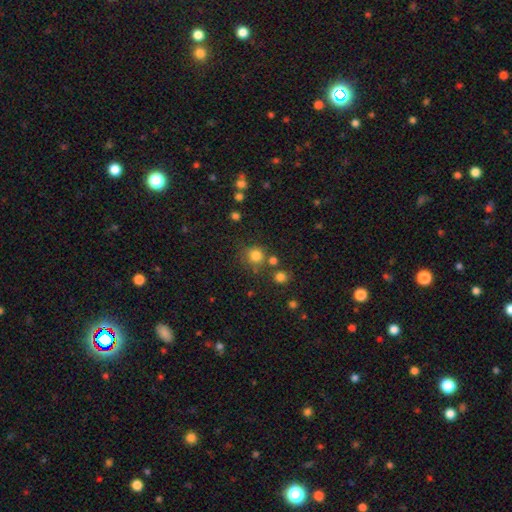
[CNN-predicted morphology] Smooth or featured? smooth (80%)
How rounded? round (91%)
Merging? none (72%)